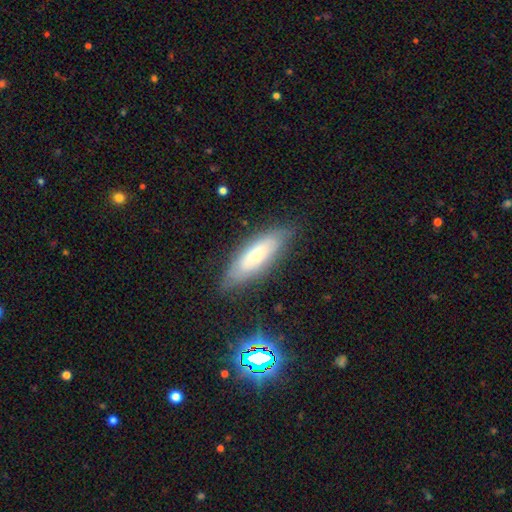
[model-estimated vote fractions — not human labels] smooth-or-featured: smooth: 54% | featured or disk: 37% | star or artifact: 9%
  how-rounded: in between: 53% | cigar-shaped: 45% | round: 2%
  merging: none: 79% | minor disturbance: 16% | major disturbance: 4% | merger: 2%